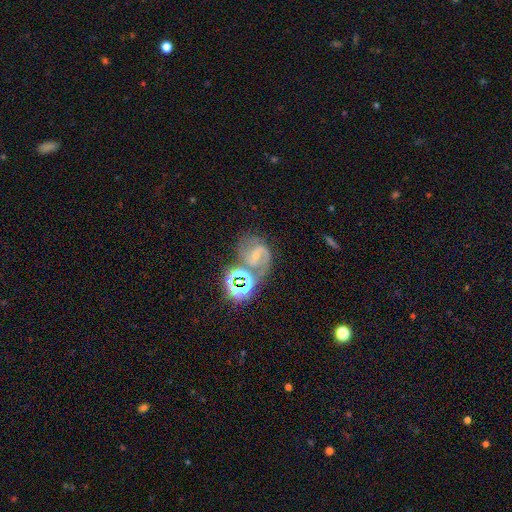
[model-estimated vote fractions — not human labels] smooth_or_featured: featured or disk (p=0.69) [alt: star or artifact p=0.19]
disk_edge_on: no (p=0.98) [alt: yes p=0.02]
bar: weak (p=0.45) [alt: strong p=0.31]
has_spiral_arms: yes (p=0.94) [alt: no p=0.06]
spiral_winding: medium (p=0.60) [alt: tight p=0.20]
spiral_arm_count: 2 (p=0.86) [alt: can't tell p=0.05]
bulge_size: small (p=0.58) [alt: moderate p=0.33]
merging: none (p=0.51) [alt: merger p=0.21]